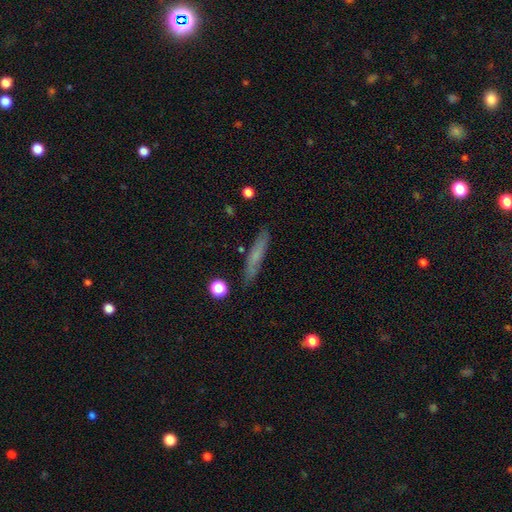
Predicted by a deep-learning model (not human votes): Smooth or featured: smooth — 60% (featured or disk — 31%)
How rounded: cigar-shaped — 90% (in between — 8%)
Merging: none — 84% (minor disturbance — 11%)